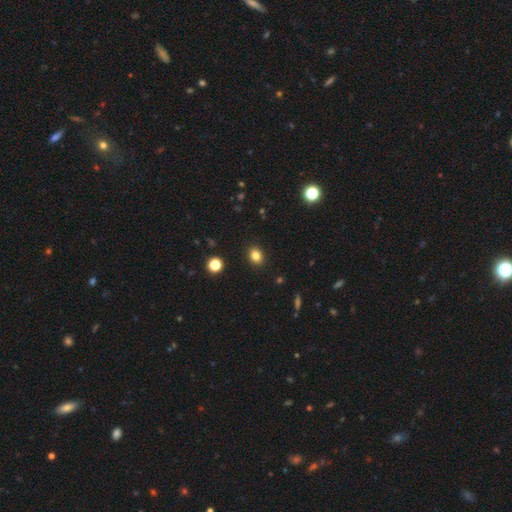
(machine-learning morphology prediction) Smooth or featured?
  - smooth: 82% *
  - star or artifact: 12%
  - featured or disk: 6%
How rounded?
  - in between: 50% *
  - round: 49%
  - cigar-shaped: 1%
Merging?
  - none: 90% *
  - minor disturbance: 7%
  - major disturbance: 2%
  - merger: 1%